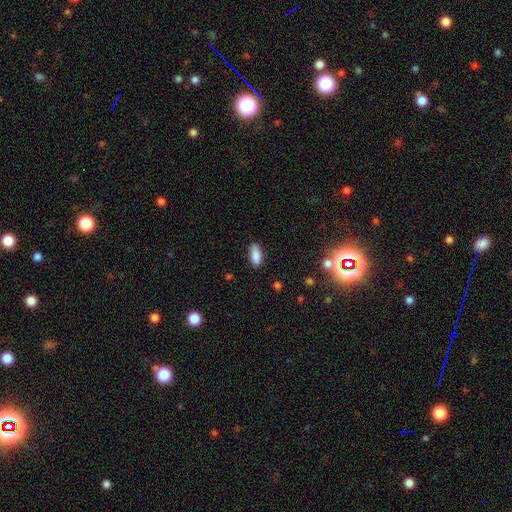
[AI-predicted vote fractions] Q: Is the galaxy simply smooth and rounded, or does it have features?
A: smooth — 87%.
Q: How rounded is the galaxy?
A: in between — 88%.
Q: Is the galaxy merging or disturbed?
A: none — 85%.